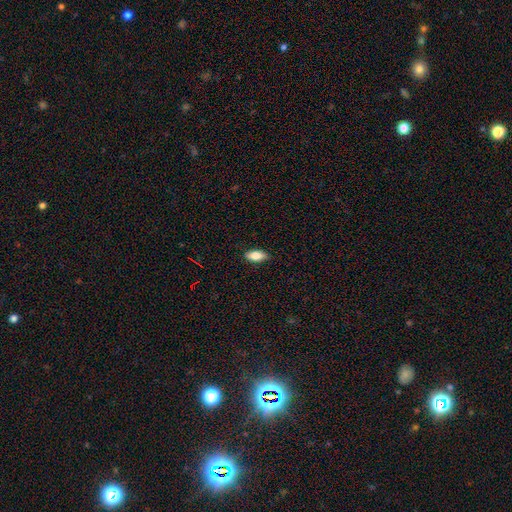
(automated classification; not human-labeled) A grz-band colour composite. It shows a smooth galaxy with no disk features (80%) that is in between round and cigar-shaped (84%). Merging: none (88%).